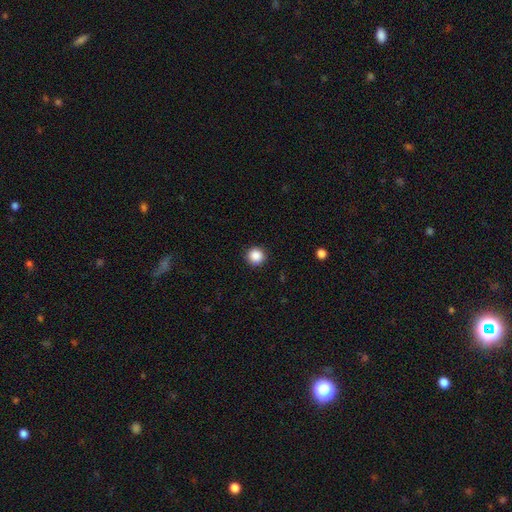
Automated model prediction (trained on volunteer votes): smooth_or_featured: smooth (p=0.87) [alt: star or artifact p=0.10]
how_rounded: round (p=0.95) [alt: in between p=0.04]
merging: none (p=0.91) [alt: minor disturbance p=0.06]